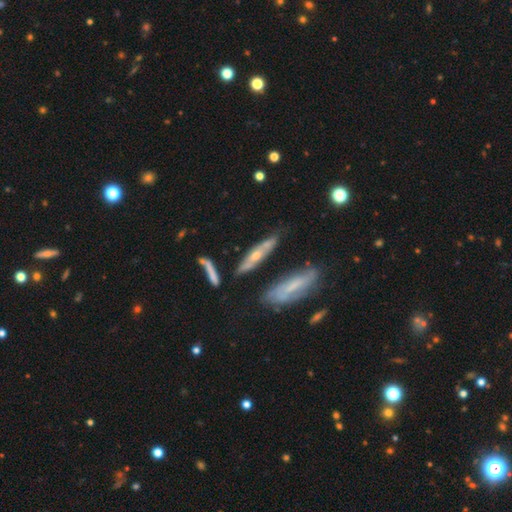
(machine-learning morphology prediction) Overall: featured or disk (60%; smooth 33%). Edge-on disk: yes (72%). Merging: none (66%).